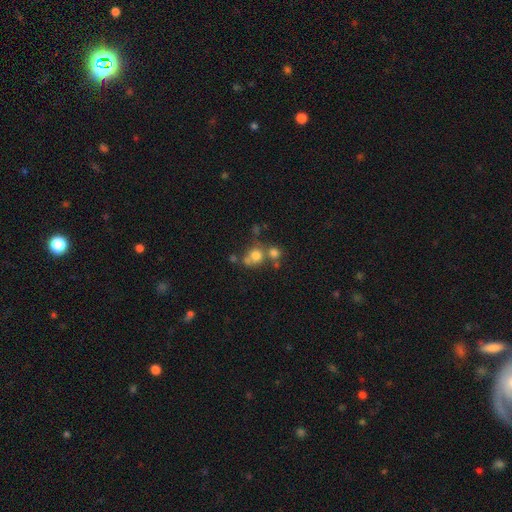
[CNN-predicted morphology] Q: Smooth or featured?
A: smooth (72%); runner-up: star or artifact (14%)
Q: How rounded?
A: round (80%); runner-up: in between (19%)
Q: Merging?
A: none (44%); runner-up: merger (40%)